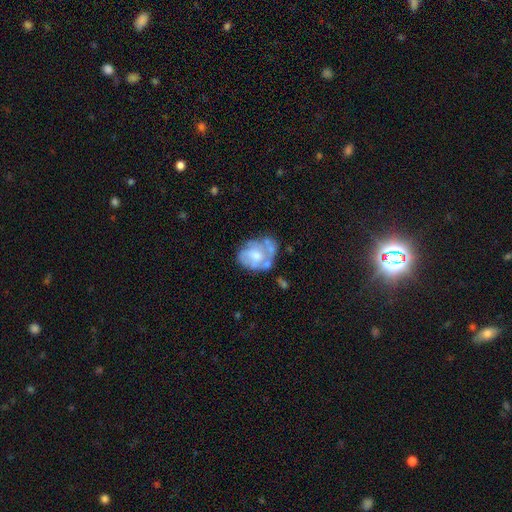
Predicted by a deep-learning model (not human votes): Smooth or featured: featured or disk — 61% (smooth — 32%)
Edge-on disk: no — 98% (yes — 2%)
Bar: no — 77% (weak — 19%)
Spiral arms: no — 60% (yes — 40%)
Bulge size: moderate — 55% (small — 27%)
Merging: none — 40% (minor disturbance — 26%)